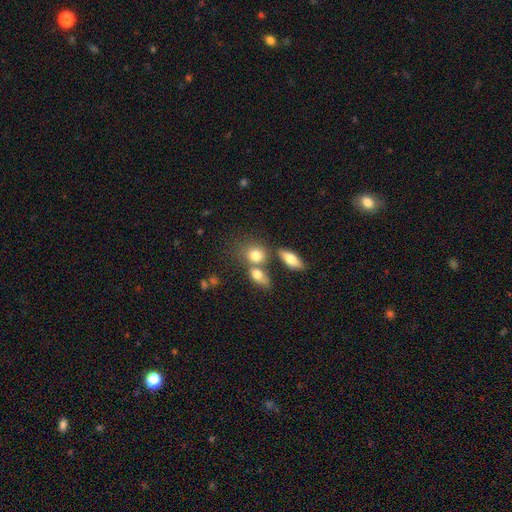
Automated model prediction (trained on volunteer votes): This appears to be a smooth galaxy with no disk features (78%) that is round (55%). Merging: none (44%).